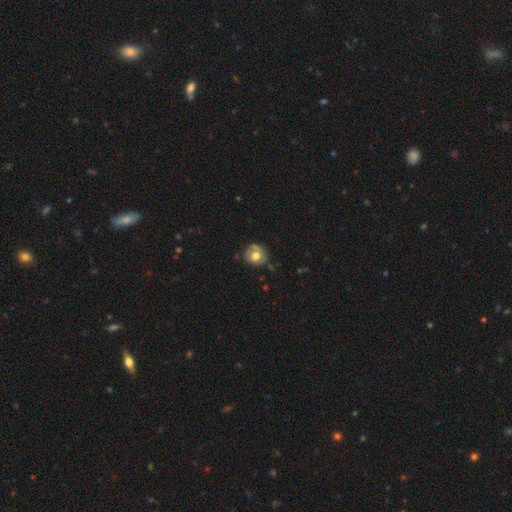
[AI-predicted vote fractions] Smooth or featured: smooth — 61% (featured or disk — 30%)
How rounded: round — 79% (in between — 20%)
Merging: none — 66% (minor disturbance — 24%)